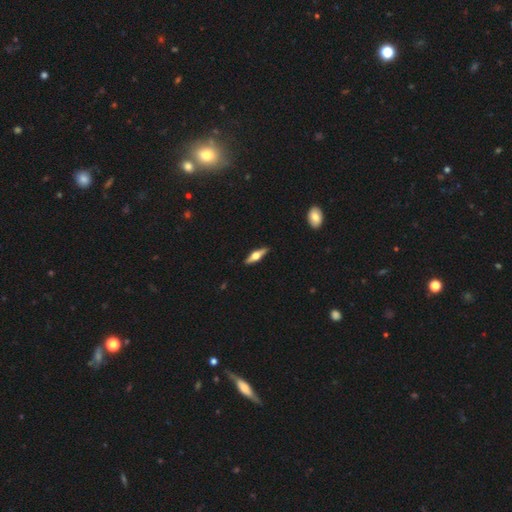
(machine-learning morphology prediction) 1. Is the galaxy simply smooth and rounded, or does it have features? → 66% featured or disk, 28% smooth, 5% star or artifact.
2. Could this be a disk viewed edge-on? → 96% yes, 4% no.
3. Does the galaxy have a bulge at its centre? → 95% rounded, 4% boxy, 1% none.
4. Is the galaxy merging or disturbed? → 90% none, 7% minor disturbance, 2% major disturbance, 1% merger.